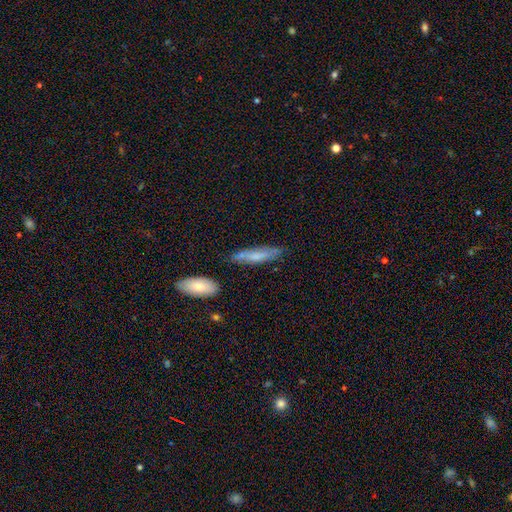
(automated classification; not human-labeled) Smooth or featured: smooth — 63% (featured or disk — 29%)
How rounded: cigar-shaped — 76% (in between — 22%)
Merging: none — 68% (minor disturbance — 21%)